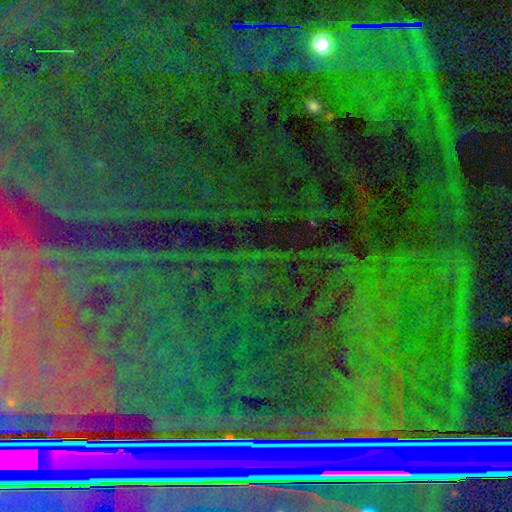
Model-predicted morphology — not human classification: The model was most divided on "smooth or featured": star or artifact: 85%, featured or disk: 8%, smooth: 7%.